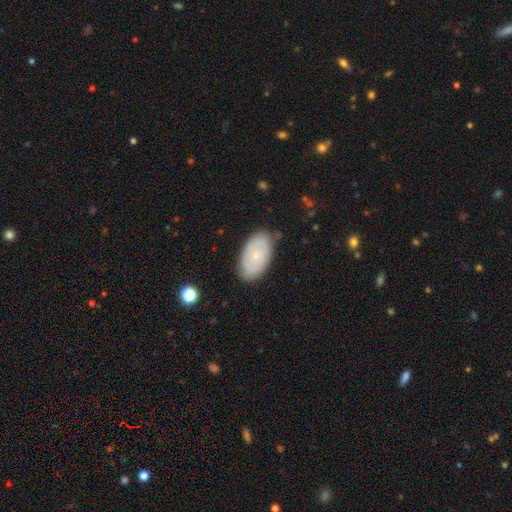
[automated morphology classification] Smooth or featured? smooth (47%)
Merging? none (80%)